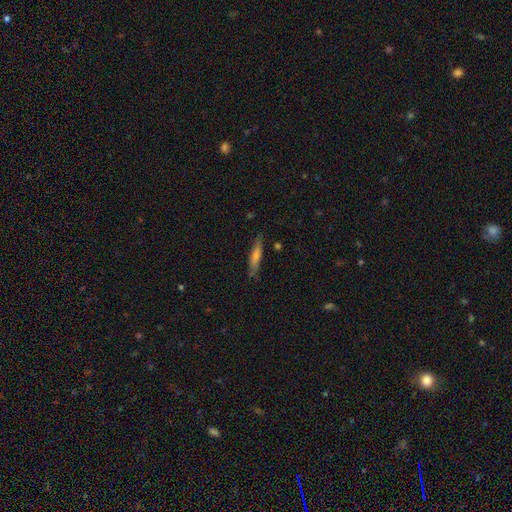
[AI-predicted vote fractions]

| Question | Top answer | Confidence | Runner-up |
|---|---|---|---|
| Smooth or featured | smooth | 54% | featured or disk (38%) |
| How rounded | cigar-shaped | 88% | in between (10%) |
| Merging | none | 85% | minor disturbance (11%) |